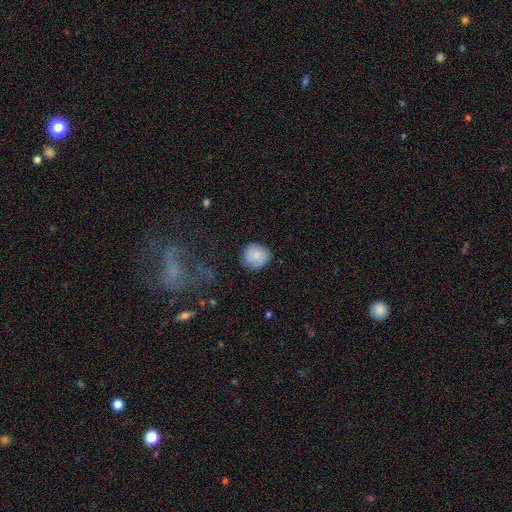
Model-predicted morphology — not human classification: smooth_or_featured: smooth (p=0.77) [alt: featured or disk p=0.15]
how_rounded: round (p=0.88) [alt: in between p=0.11]
merging: none (p=0.77) [alt: minor disturbance p=0.18]